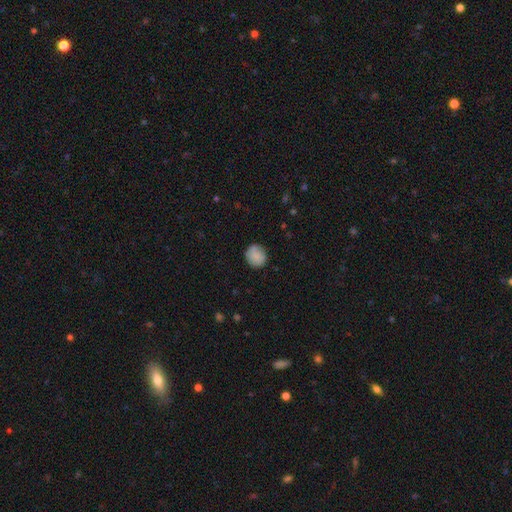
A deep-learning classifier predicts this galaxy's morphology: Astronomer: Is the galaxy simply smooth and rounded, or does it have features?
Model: smooth — 81%.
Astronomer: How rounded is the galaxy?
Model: round — 86%.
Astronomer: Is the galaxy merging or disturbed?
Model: none — 79%.